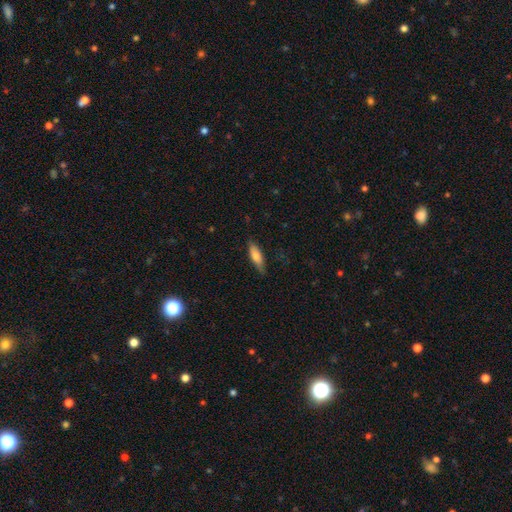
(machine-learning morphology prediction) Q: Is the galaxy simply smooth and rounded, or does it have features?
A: smooth — 70%.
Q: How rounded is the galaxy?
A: cigar-shaped — 52%.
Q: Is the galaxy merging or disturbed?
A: none — 78%.